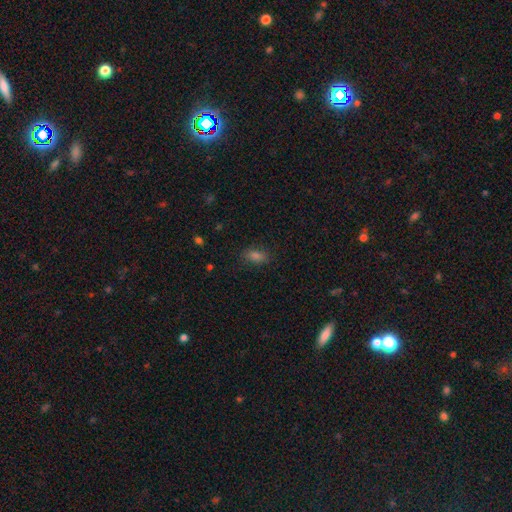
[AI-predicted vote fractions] Smooth or featured: smooth — 74% (star or artifact — 18%)
How rounded: in between — 83% (round — 11%)
Merging: none — 84% (minor disturbance — 12%)